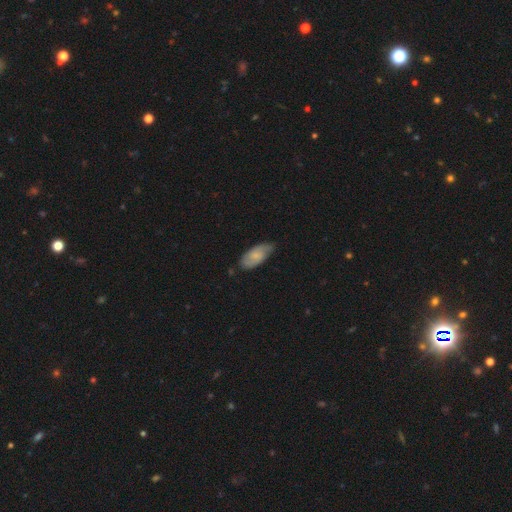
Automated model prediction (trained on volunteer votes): This is possibly a smooth galaxy (54%). How rounded: clearly in between (88%). Merging: likely none (65%).